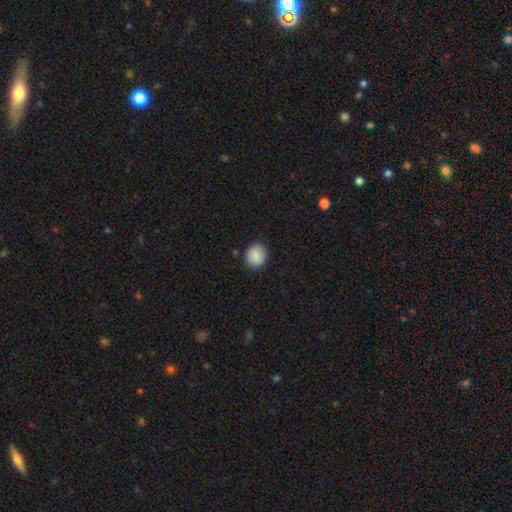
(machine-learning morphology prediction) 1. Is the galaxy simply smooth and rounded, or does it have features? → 84% smooth, 9% featured or disk, 7% star or artifact.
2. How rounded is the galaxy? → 72% round, 27% in between, 1% cigar-shaped.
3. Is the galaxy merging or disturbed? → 86% none, 10% minor disturbance, 2% major disturbance, 1% merger.